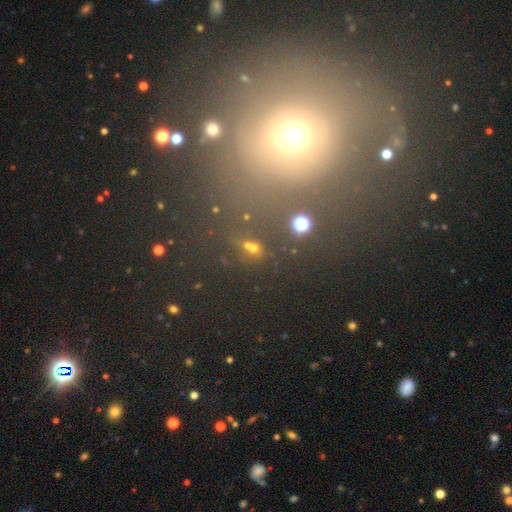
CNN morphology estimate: Smooth or featured: star or artifact — 48% (smooth — 40%)